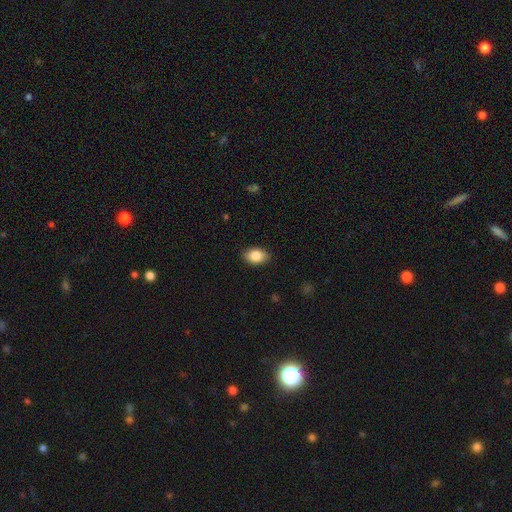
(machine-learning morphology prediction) This is clearly a smooth galaxy (86%). How rounded: clearly in between (85%). Merging: clearly none (87%).